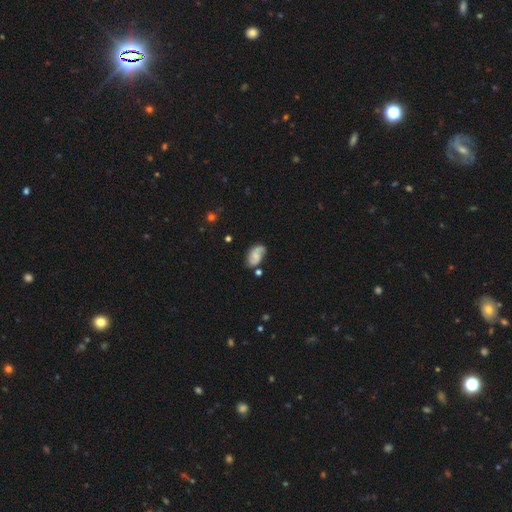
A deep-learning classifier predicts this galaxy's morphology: type=featured or disk (59%); edge-on=no (96%); bar=no (57%); spiral arms=yes (91%); winding=medium (44%); arm count=2 (81%); bulge=small (44%); merging=none (67%).